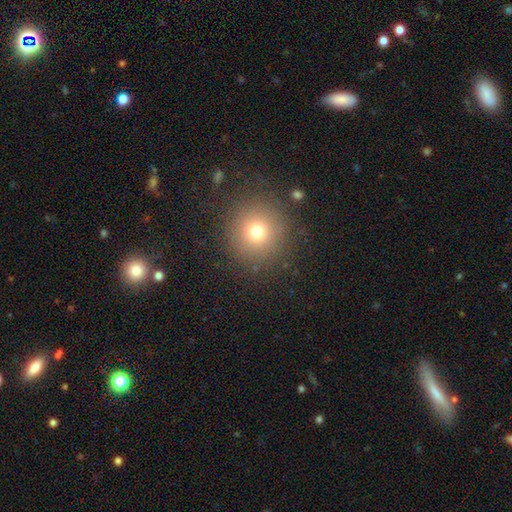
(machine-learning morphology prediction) A smooth galaxy with no disk features (67%) that is round (94%). Merging: none (89%).